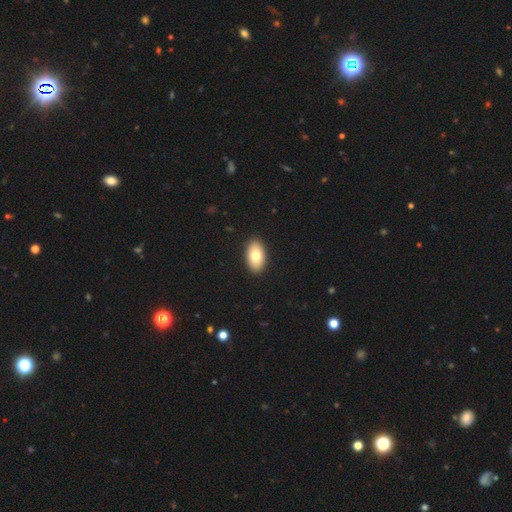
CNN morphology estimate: This appears to be a smooth galaxy with no disk features (76%) that is in between round and cigar-shaped (94%). Merging: none (91%).